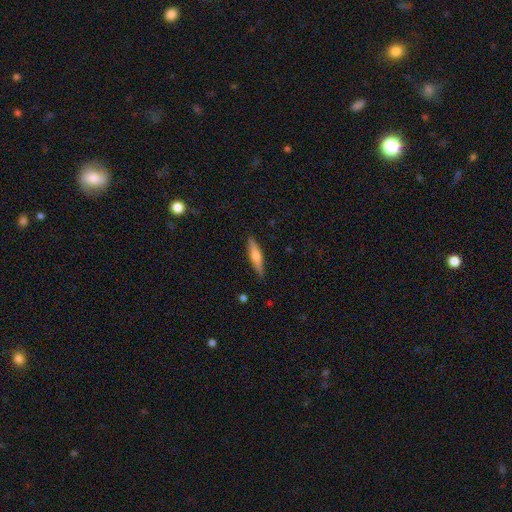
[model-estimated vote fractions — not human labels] A featured or disk galaxy (48%). Merging: none (88%).